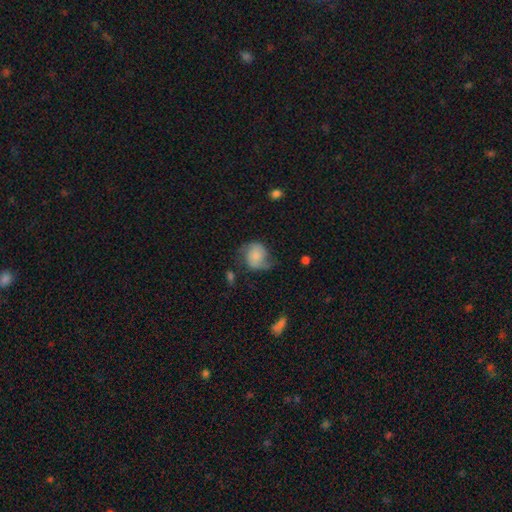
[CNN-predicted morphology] Smooth or featured: featured or disk — 47% (smooth — 45%)
Merging: none — 53% (minor disturbance — 28%)